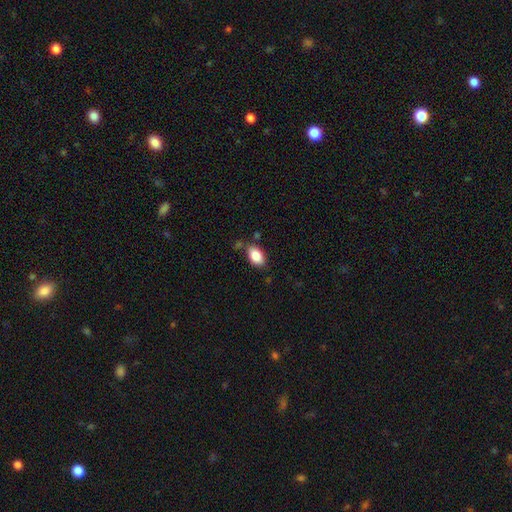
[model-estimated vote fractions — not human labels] Smooth or featured? smooth (85%)
How rounded? in between (91%)
Merging? none (74%)